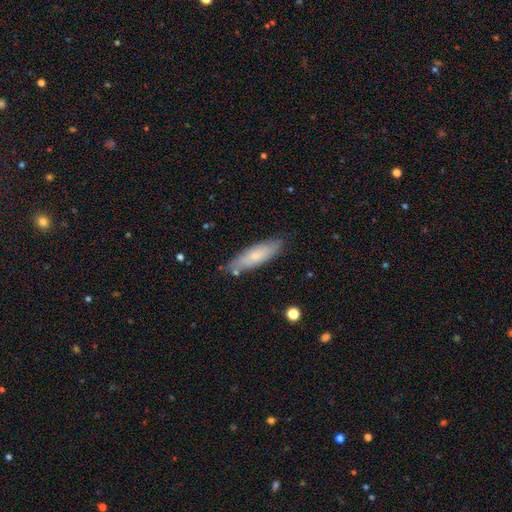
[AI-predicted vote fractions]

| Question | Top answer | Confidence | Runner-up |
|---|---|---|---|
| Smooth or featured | smooth | 68% | featured or disk (26%) |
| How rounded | cigar-shaped | 61% | in between (38%) |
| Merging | none | 81% | minor disturbance (14%) |